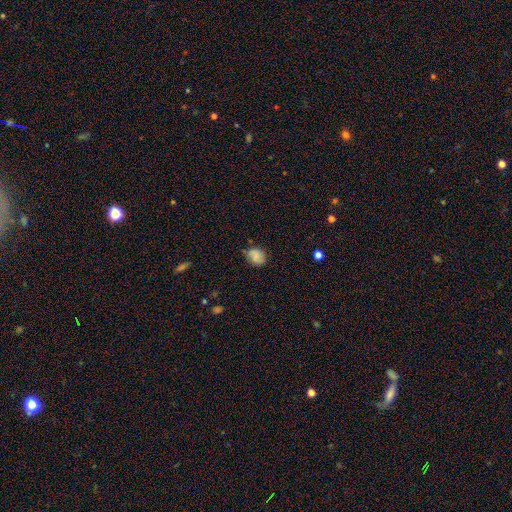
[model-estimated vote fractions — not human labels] Morphology: type=smooth (76%); roundness=round (53%); merging=none (64%).